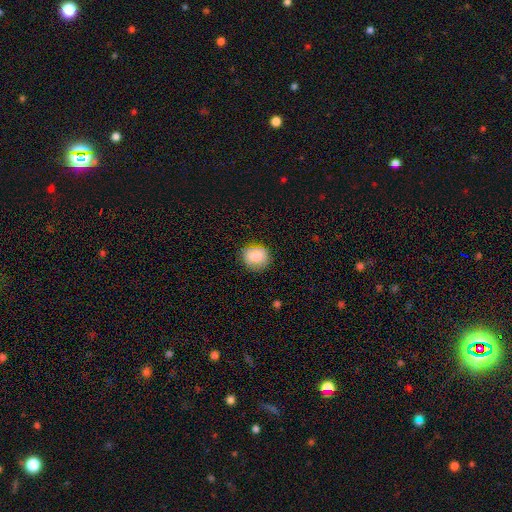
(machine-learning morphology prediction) This appears to be a smooth galaxy with no disk features (84%) that is round (81%). Merging: none (82%).